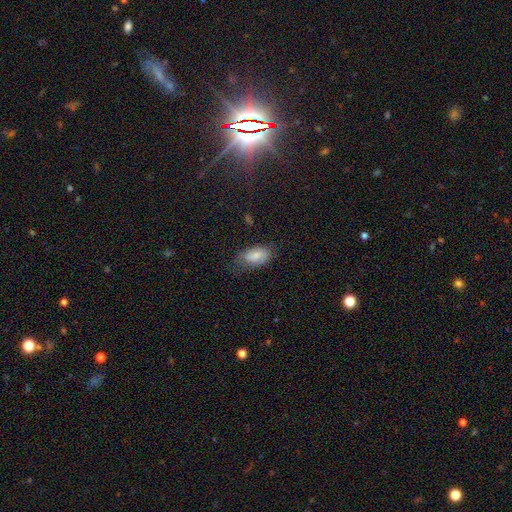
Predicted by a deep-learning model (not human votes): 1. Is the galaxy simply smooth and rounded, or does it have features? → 76% smooth, 16% featured or disk, 8% star or artifact.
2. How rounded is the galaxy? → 92% in between, 5% round, 2% cigar-shaped.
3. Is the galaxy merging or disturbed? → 55% none, 31% minor disturbance, 12% major disturbance, 2% merger.